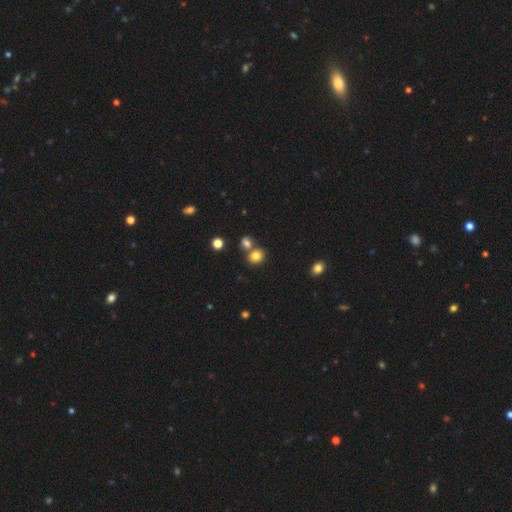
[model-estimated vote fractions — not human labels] Smooth or featured: smooth — 80% (star or artifact — 12%)
How rounded: round — 76% (in between — 23%)
Merging: none — 59% (merger — 30%)